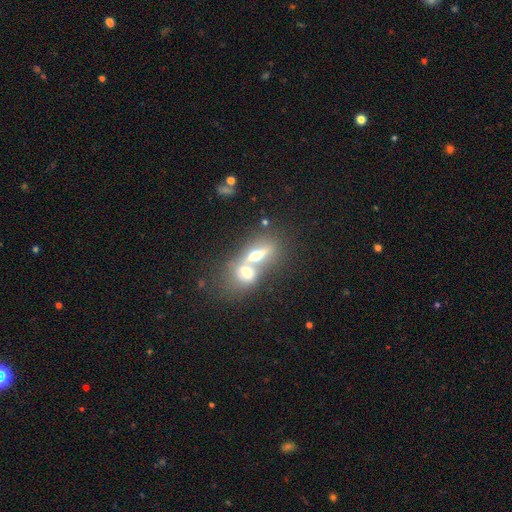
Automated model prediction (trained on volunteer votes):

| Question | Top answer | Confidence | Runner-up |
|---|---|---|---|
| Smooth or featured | smooth | 49% | featured or disk (42%) |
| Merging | merger | 71% | none (19%) |